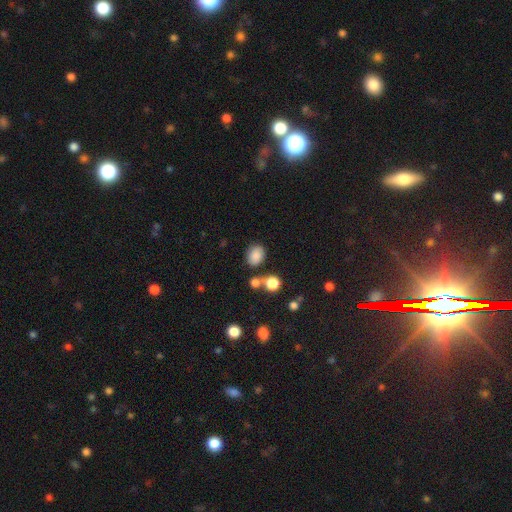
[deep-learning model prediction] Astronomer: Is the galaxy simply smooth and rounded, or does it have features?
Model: smooth — 84%.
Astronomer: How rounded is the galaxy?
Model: in between — 65%.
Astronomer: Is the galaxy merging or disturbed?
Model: none — 67%.